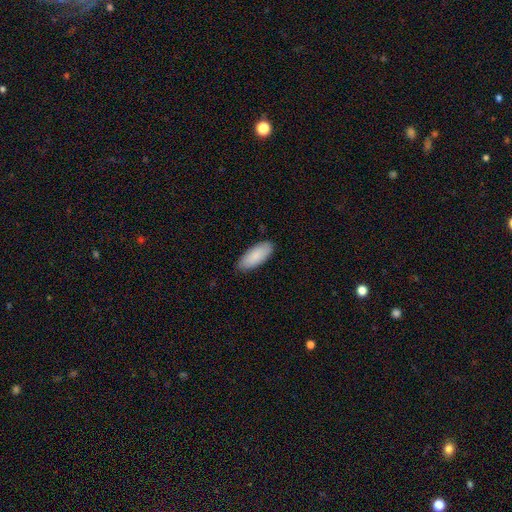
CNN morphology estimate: Smooth or featured? smooth (88%)
How rounded? in between (83%)
Merging? none (86%)